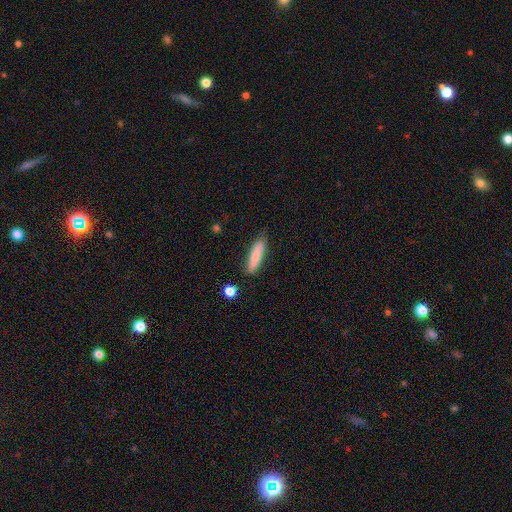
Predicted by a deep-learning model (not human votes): smooth 83%, featured or disk 10%, star or artifact 6%. Down the decision tree: how rounded — cigar-shaped (75%); merging — none (78%).